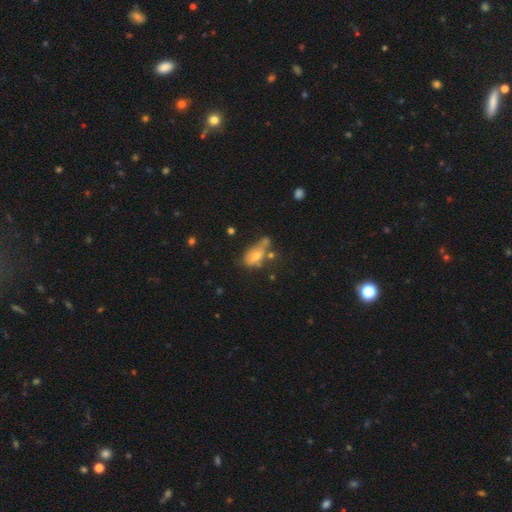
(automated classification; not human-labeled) Overall: smooth (58%; featured or disk 29%). How rounded: in between (84%). Merging: none (38%; minor disturbance 25%).